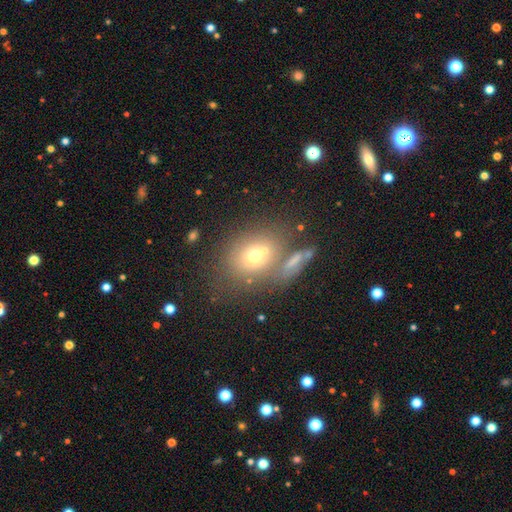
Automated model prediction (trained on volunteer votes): Overall: smooth (65%). How rounded: round (60%; in between 39%). Merging: none (52%; merger 26%).